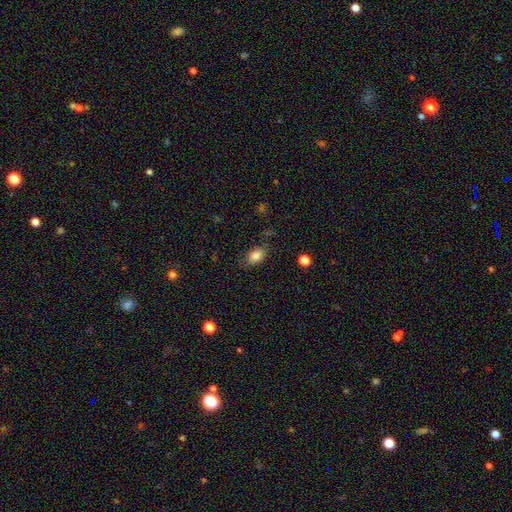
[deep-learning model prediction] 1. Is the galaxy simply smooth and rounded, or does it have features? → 83% smooth, 9% star or artifact, 8% featured or disk.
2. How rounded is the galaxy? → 83% in between, 16% round, 2% cigar-shaped.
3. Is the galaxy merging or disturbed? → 74% none, 18% minor disturbance, 5% major disturbance, 2% merger.